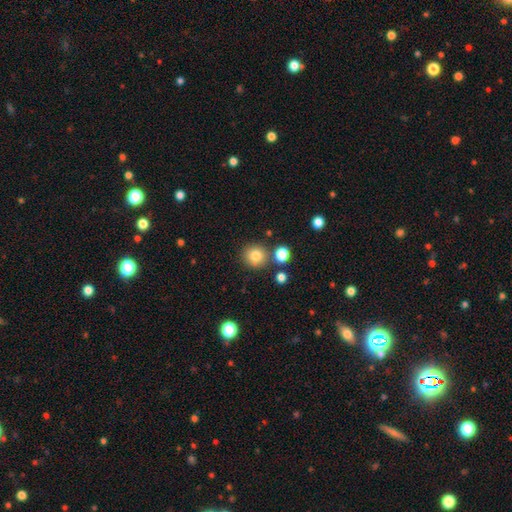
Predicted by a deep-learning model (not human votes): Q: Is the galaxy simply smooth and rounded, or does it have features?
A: smooth — 82%.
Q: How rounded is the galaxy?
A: round — 91%.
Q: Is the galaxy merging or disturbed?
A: none — 80%.